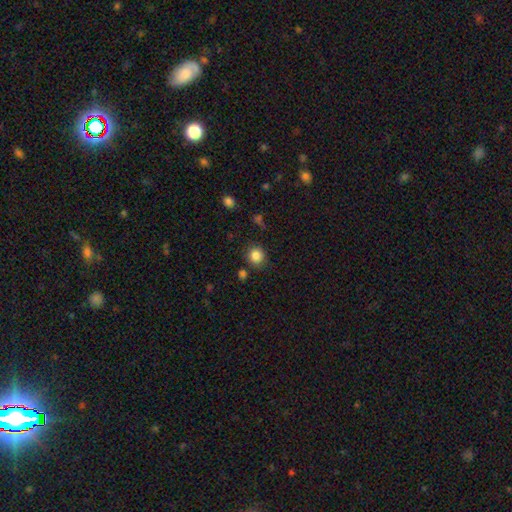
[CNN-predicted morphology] smooth 85%, star or artifact 10%, featured or disk 5%. Down the decision tree: how rounded — round (84%); merging — none (84%).